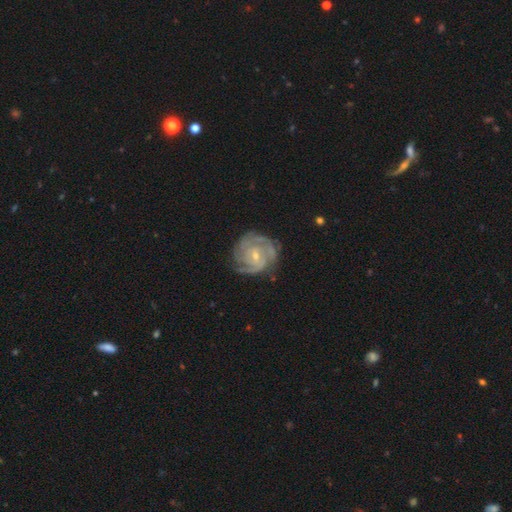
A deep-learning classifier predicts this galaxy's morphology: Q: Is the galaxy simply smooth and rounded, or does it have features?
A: featured or disk — 88%.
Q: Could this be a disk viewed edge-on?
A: no — 98%.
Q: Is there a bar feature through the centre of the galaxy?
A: no — 52%.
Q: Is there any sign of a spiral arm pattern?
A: yes — 97%.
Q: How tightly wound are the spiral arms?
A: tight — 68%.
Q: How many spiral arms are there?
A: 3 — 33%.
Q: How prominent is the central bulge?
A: small — 67%.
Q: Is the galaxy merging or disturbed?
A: none — 74%.